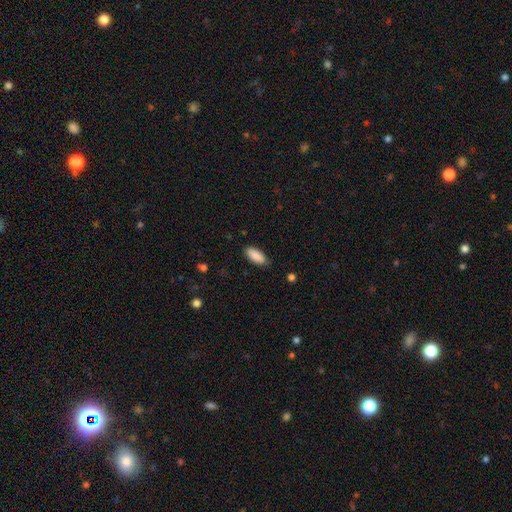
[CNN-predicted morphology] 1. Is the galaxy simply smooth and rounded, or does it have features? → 90% smooth, 6% star or artifact, 4% featured or disk.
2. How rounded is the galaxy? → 86% in between, 12% cigar-shaped, 2% round.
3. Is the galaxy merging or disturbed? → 84% none, 12% minor disturbance, 2% major disturbance, 1% merger.